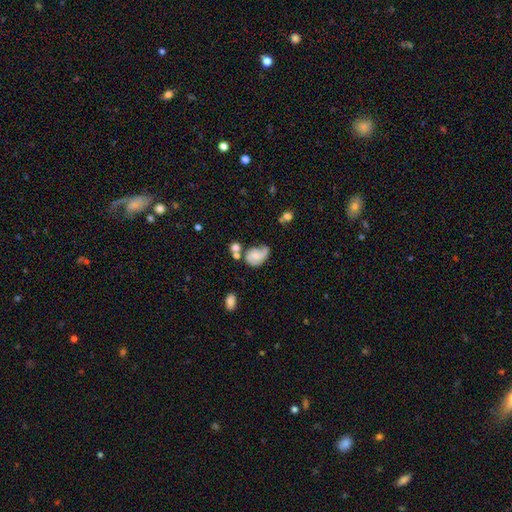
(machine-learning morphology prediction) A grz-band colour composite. It shows a featured or disk galaxy (57%) with no bar (62%), spiral arms (88%) and a small central bulge (46%). Merging: none (41%).